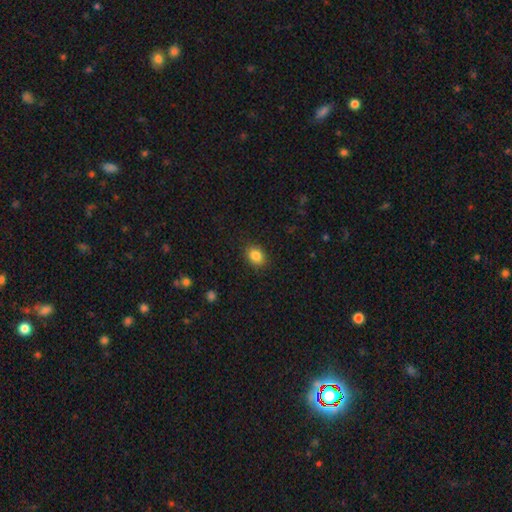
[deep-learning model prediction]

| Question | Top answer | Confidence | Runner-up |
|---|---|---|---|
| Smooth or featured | smooth | 85% | star or artifact (9%) |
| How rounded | in between | 66% | round (33%) |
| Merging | none | 88% | minor disturbance (9%) |